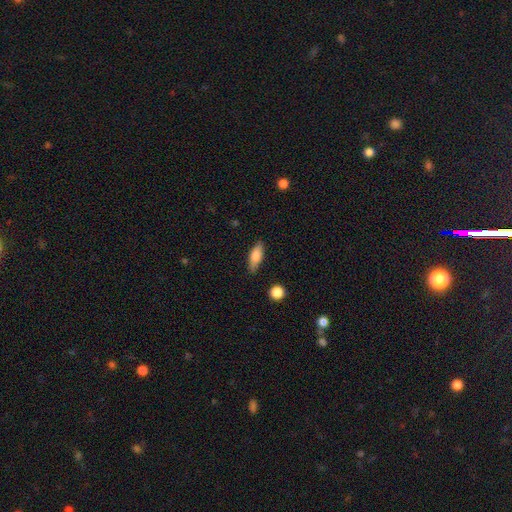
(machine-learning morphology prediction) Smooth or featured: smooth — 73% (featured or disk — 20%)
How rounded: in between — 64% (cigar-shaped — 33%)
Merging: none — 83% (minor disturbance — 13%)